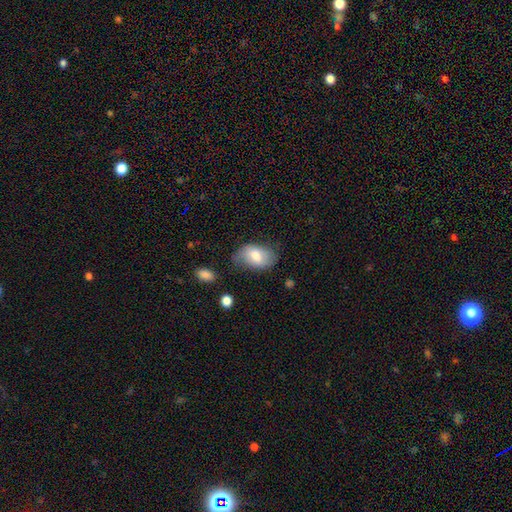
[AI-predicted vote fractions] Q: Smooth or featured?
A: smooth (71%); runner-up: featured or disk (22%)
Q: How rounded?
A: in between (91%); runner-up: round (8%)
Q: Merging?
A: none (60%); runner-up: minor disturbance (29%)